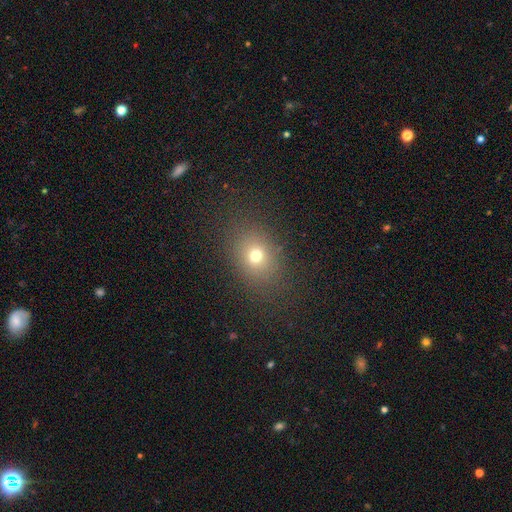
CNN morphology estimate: The model was most divided on "how rounded": in between: 51%, round: 48%, cigar-shaped: 1%. More confident: merging — none (83%); smooth or featured — smooth (70%).